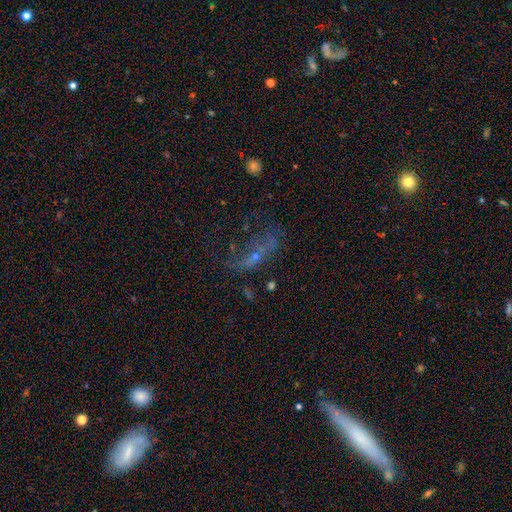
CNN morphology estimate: featured or disk 49%, smooth 29%, star or artifact 21%. Down the decision tree: merging — major disturbance (37%).